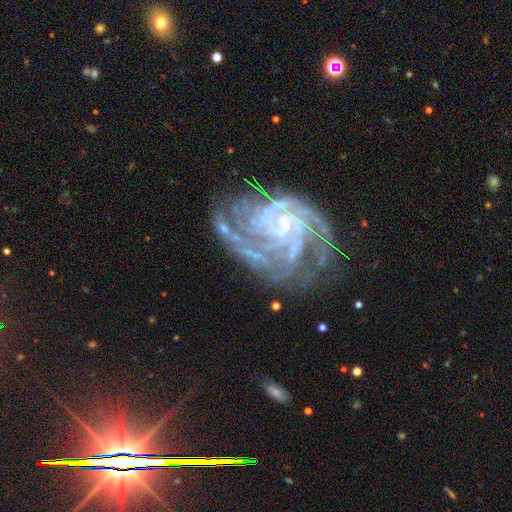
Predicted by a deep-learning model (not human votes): Overall: featured or disk (90%). Edge-on disk: no (98%). Bar: no (53%; weak 36%). Spiral arms: yes (97%). Spiral arm count: 4 (23%; 3 22%). Spiral winding: tight (64%; medium 30%). Bulge size: small (65%). Merging: none (60%; minor disturbance 21%).